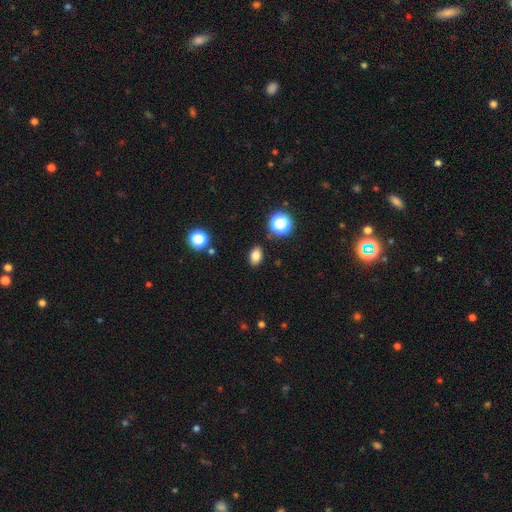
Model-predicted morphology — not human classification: The model was most divided on "how rounded": in between: 81%, round: 17%, cigar-shaped: 2%. More confident: merging — none (87%); smooth or featured — smooth (81%).